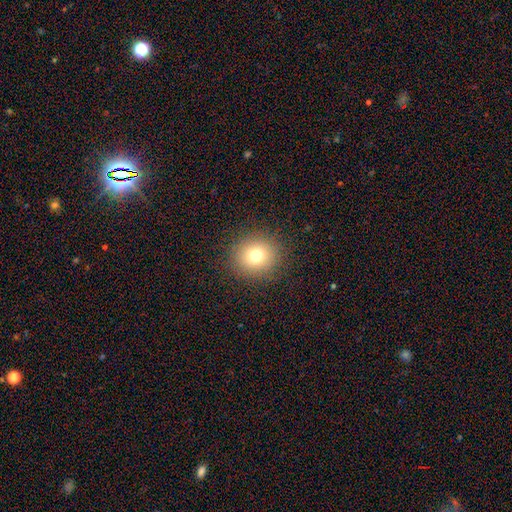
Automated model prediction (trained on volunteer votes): Overall: smooth (75%). How rounded: round (84%). Merging: none (89%).